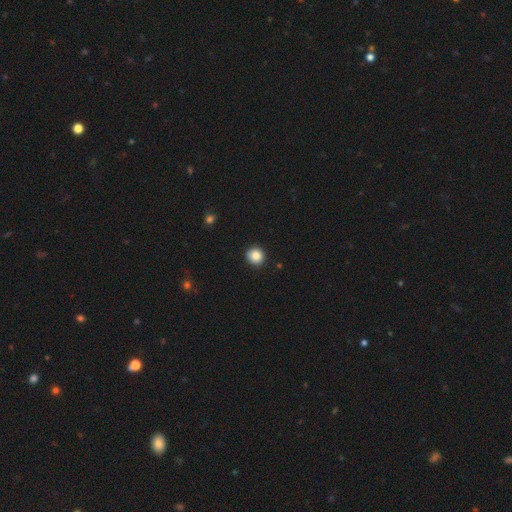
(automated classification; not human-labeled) Smooth or featured: smooth — 87% (star or artifact — 10%)
How rounded: round — 91% (in between — 8%)
Merging: none — 91% (minor disturbance — 6%)